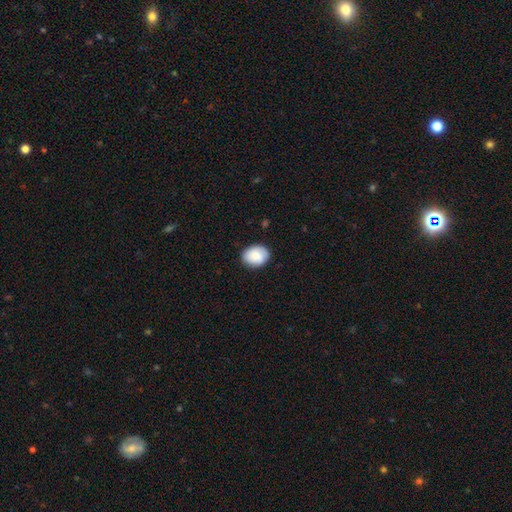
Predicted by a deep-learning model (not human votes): Q: Smooth or featured?
A: smooth (82%); runner-up: featured or disk (11%)
Q: How rounded?
A: in between (58%); runner-up: round (41%)
Q: Merging?
A: none (84%); runner-up: minor disturbance (13%)